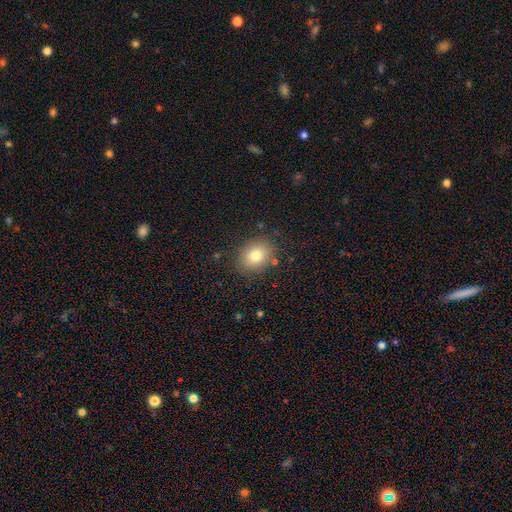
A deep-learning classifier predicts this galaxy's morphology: This appears to be a smooth galaxy with no disk features (79%) that is in between round and cigar-shaped (54%). Merging: none (84%).